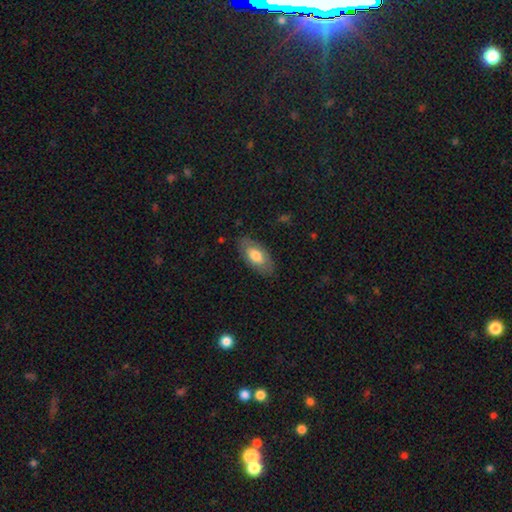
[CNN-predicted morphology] Smooth or featured?
  - smooth: 70% *
  - featured or disk: 24%
  - star or artifact: 6%
How rounded?
  - in between: 91% *
  - cigar-shaped: 6%
  - round: 3%
Merging?
  - none: 82% *
  - minor disturbance: 13%
  - major disturbance: 4%
  - merger: 1%